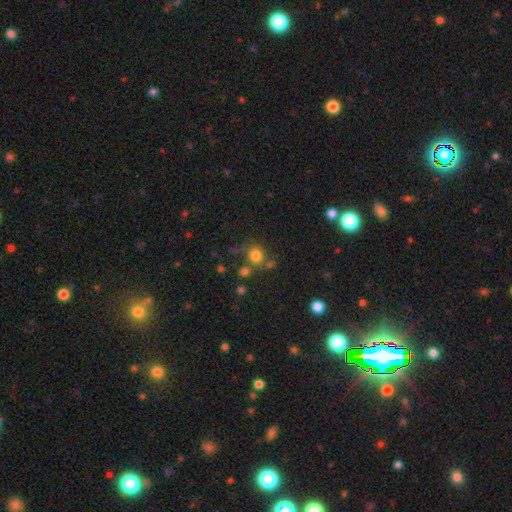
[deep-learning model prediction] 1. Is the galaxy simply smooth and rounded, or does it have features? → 77% smooth, 15% star or artifact, 8% featured or disk.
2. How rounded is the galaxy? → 82% round, 17% in between, 1% cigar-shaped.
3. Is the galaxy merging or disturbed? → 63% none, 16% merger, 14% minor disturbance, 7% major disturbance.